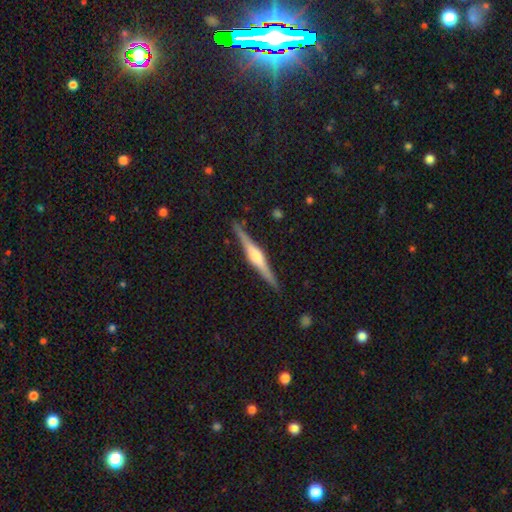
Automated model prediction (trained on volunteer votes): Smooth or featured? Predicted: featured or disk (p=0.81). Edge-on disk? Predicted: yes (p=0.98). Edge-on bulge? Predicted: rounded (p=0.81). Merging? Predicted: none (p=0.91).